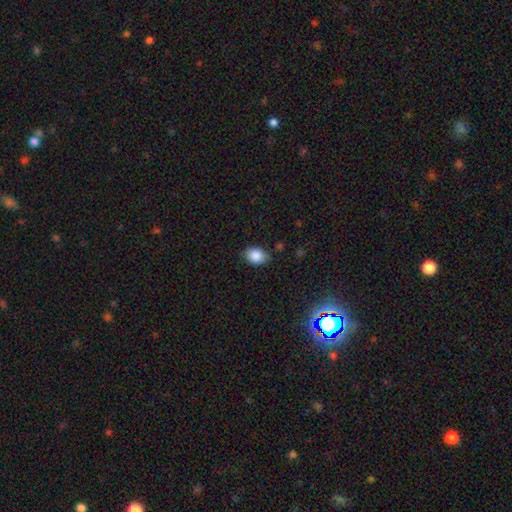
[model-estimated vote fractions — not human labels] This appears to be a smooth galaxy with no disk features (87%) that is in between round and cigar-shaped (74%). Merging: none (82%).